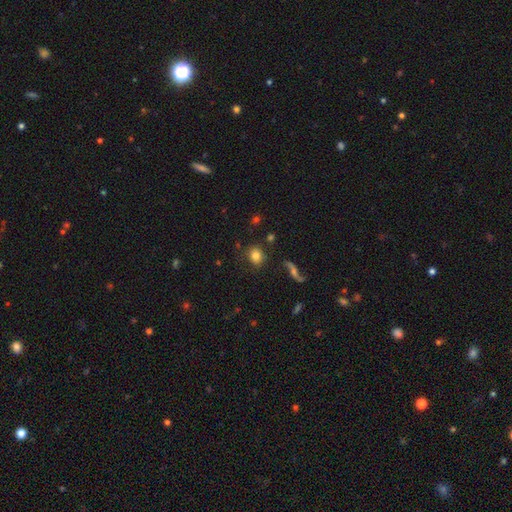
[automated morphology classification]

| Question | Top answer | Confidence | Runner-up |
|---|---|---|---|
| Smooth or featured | smooth | 78% | star or artifact (11%) |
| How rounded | round | 77% | in between (21%) |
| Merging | none | 82% | minor disturbance (11%) |